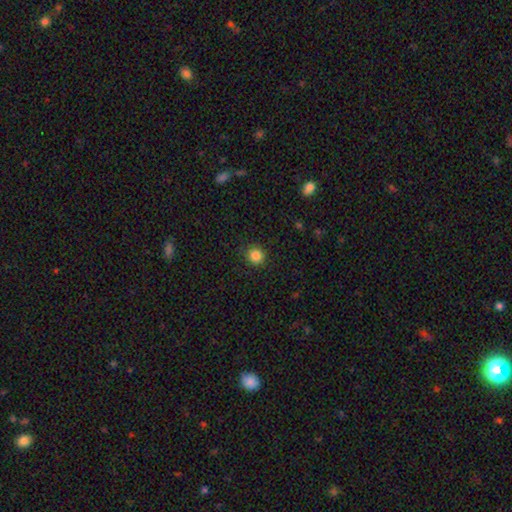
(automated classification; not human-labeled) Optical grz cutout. It shows a smooth galaxy with no disk features (85%) that is round (93%). Merging: none (90%).